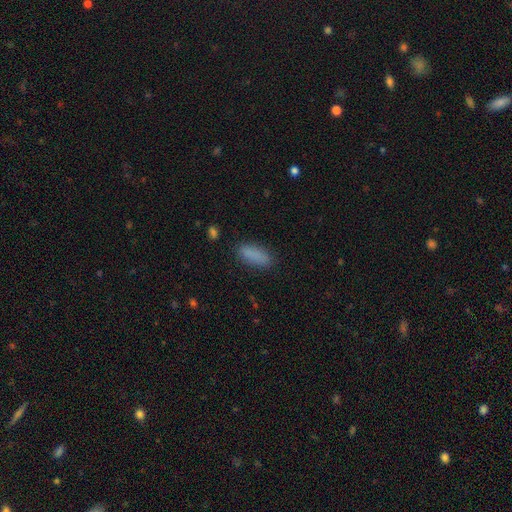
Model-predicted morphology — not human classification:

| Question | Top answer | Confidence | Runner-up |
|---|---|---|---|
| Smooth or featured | smooth | 86% | star or artifact (8%) |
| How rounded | in between | 66% | cigar-shaped (32%) |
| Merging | none | 82% | minor disturbance (13%) |